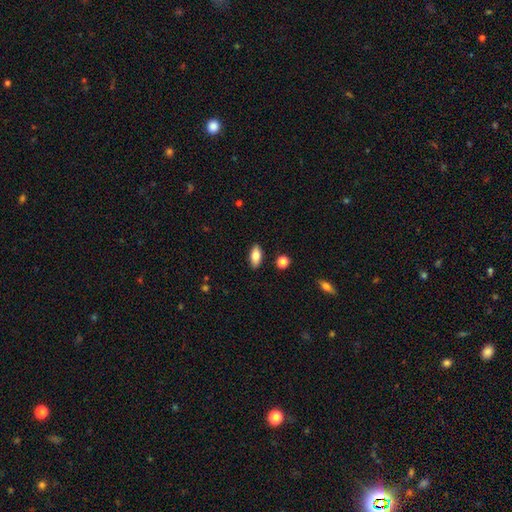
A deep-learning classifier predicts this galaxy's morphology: This appears to be a smooth galaxy with no disk features (79%) that is in between round and cigar-shaped (85%). Merging: none (88%).